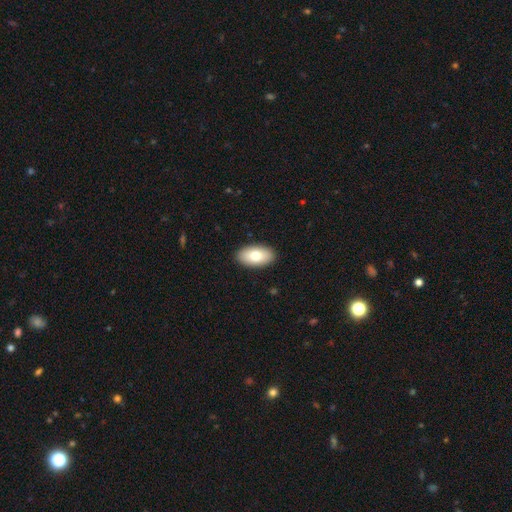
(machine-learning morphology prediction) smooth_or_featured: smooth (p=0.77) [alt: featured or disk p=0.17]
how_rounded: in between (p=0.95) [alt: round p=0.03]
merging: none (p=0.90) [alt: minor disturbance p=0.07]